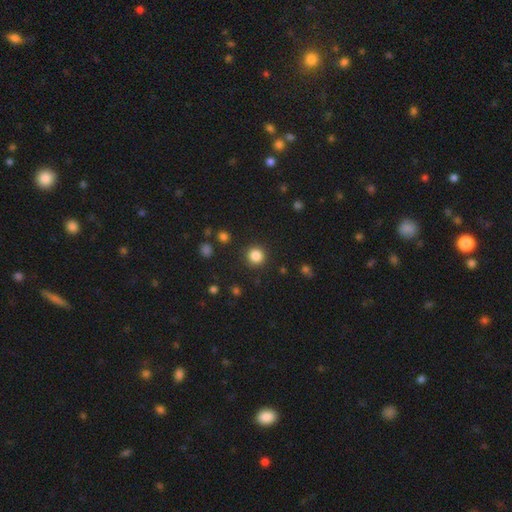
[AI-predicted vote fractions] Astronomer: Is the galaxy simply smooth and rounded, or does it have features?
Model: smooth — 85%.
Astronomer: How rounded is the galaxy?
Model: round — 94%.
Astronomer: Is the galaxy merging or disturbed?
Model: none — 90%.